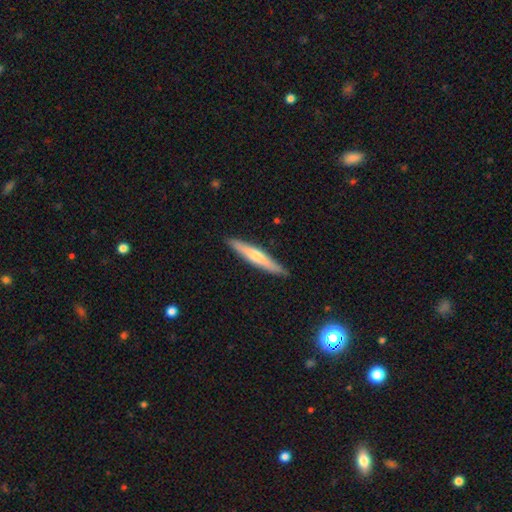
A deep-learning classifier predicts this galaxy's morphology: featured or disk 51%, smooth 43%, star or artifact 6%. Down the decision tree: edge-on disk — yes (95%); merging — none (89%).